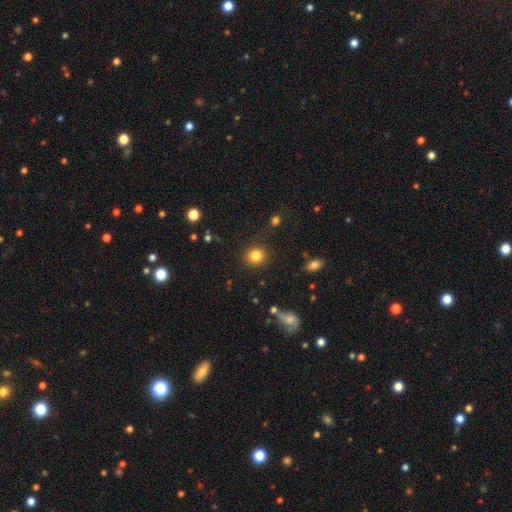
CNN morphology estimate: smooth-or-featured: smooth: 84% | star or artifact: 11% | featured or disk: 5%
  how-rounded: round: 84% | in between: 15% | cigar-shaped: 1%
  merging: none: 88% | minor disturbance: 7% | major disturbance: 3% | merger: 2%